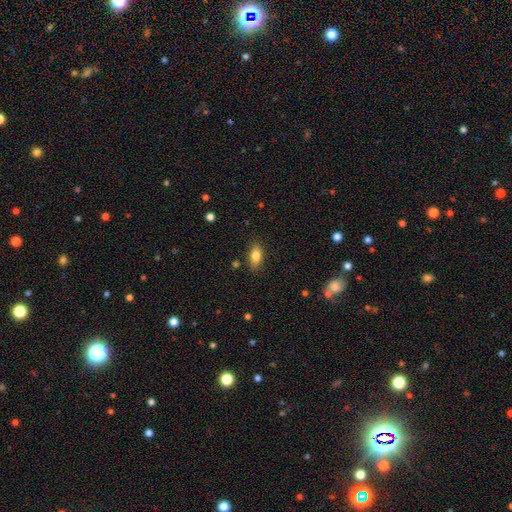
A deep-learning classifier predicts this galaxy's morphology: Q: Smooth or featured?
A: smooth (80%); runner-up: featured or disk (11%)
Q: How rounded?
A: in between (85%); runner-up: cigar-shaped (10%)
Q: Merging?
A: none (85%); runner-up: minor disturbance (11%)